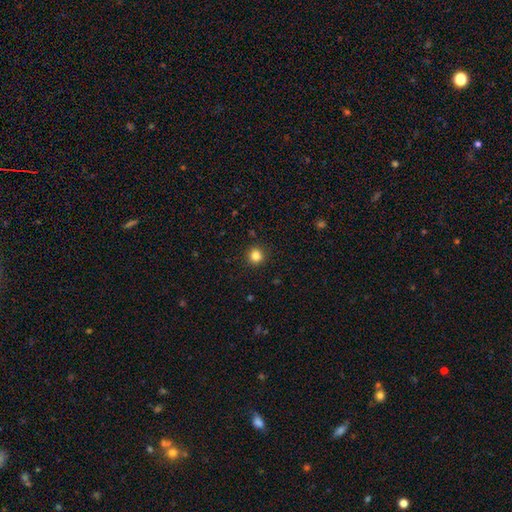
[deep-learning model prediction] Q: Smooth or featured?
A: smooth (83%); runner-up: star or artifact (12%)
Q: How rounded?
A: round (92%); runner-up: in between (7%)
Q: Merging?
A: none (91%); runner-up: minor disturbance (6%)